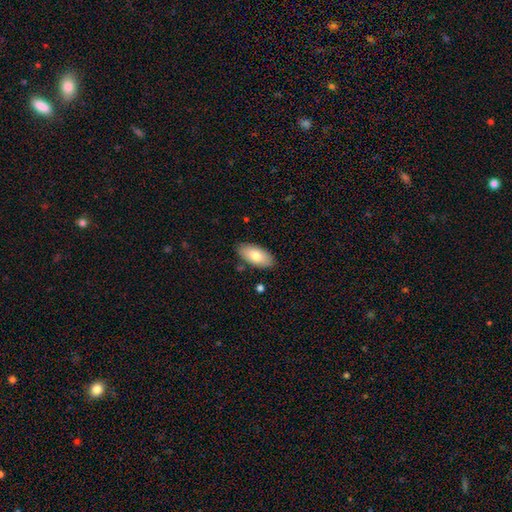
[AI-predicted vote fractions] Overall: smooth (78%). How rounded: in between (93%). Merging: none (86%).